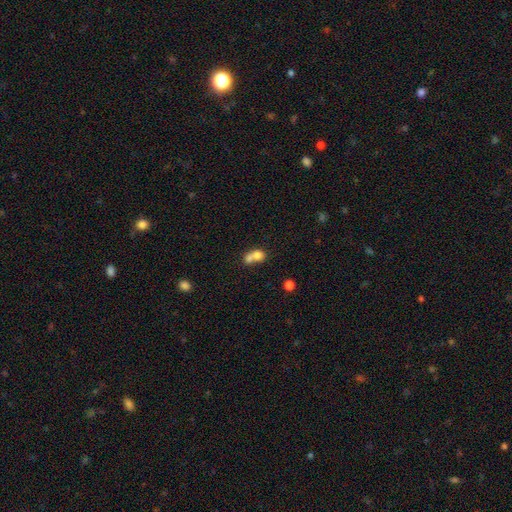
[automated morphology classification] Smooth or featured?
  - smooth: 74% *
  - featured or disk: 16%
  - star or artifact: 10%
How rounded?
  - round: 59% *
  - in between: 39%
  - cigar-shaped: 2%
Merging?
  - merger: 70% *
  - none: 21%
  - minor disturbance: 6%
  - major disturbance: 3%